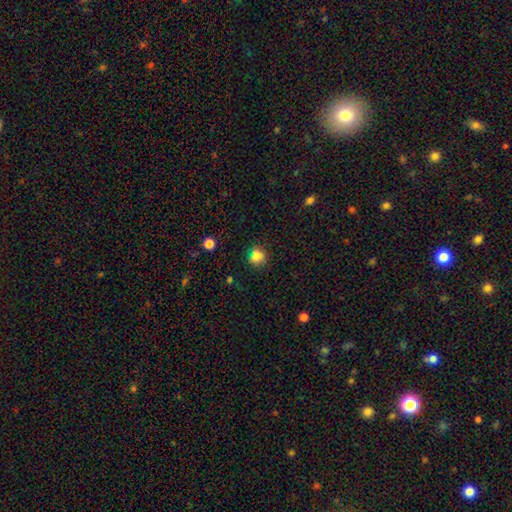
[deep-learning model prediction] Overall: smooth (80%). How rounded: round (74%). Merging: none (71%).